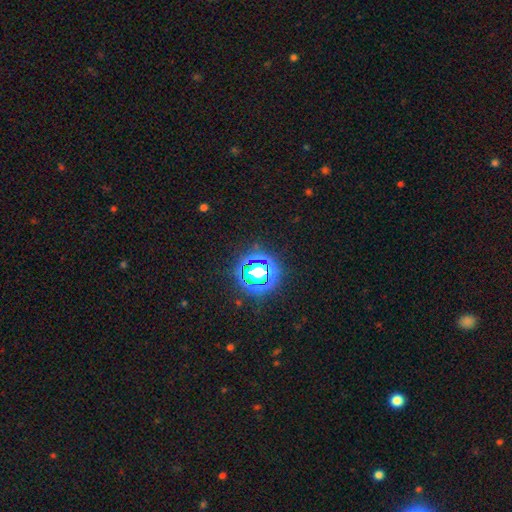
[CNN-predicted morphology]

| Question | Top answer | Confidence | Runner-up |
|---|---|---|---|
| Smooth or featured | star or artifact | 82% | smooth (12%) |